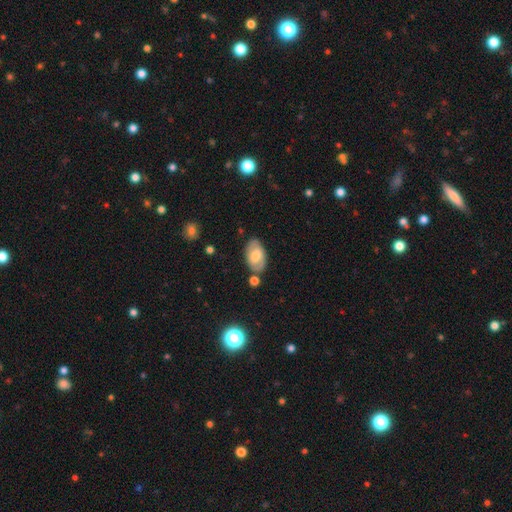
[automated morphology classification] The model was most divided on "smooth or featured": smooth: 60%, featured or disk: 33%, star or artifact: 7%. More confident: how rounded — in between (93%); merging — none (73%).